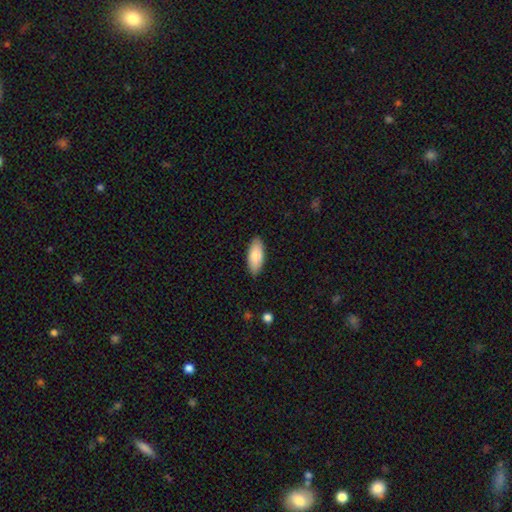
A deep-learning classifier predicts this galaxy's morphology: Smooth or featured?
  - smooth: 81% *
  - featured or disk: 13%
  - star or artifact: 6%
How rounded?
  - in between: 86% *
  - cigar-shaped: 12%
  - round: 2%
Merging?
  - none: 87% *
  - minor disturbance: 10%
  - major disturbance: 2%
  - merger: 1%